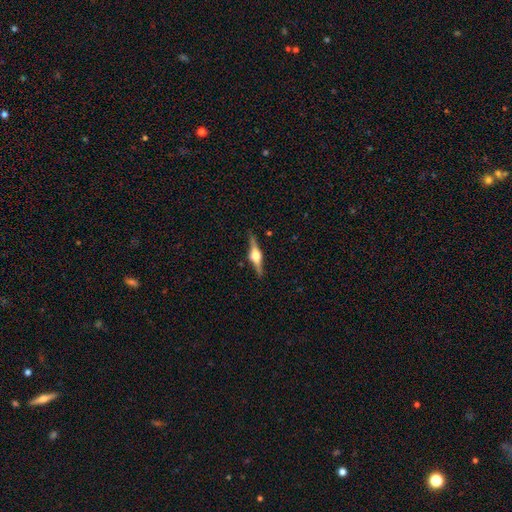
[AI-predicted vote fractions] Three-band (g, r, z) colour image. It shows a featured or disk galaxy (79%) viewed edge-on (98%) with a rounded central bulge (93%). Merging: none (88%).